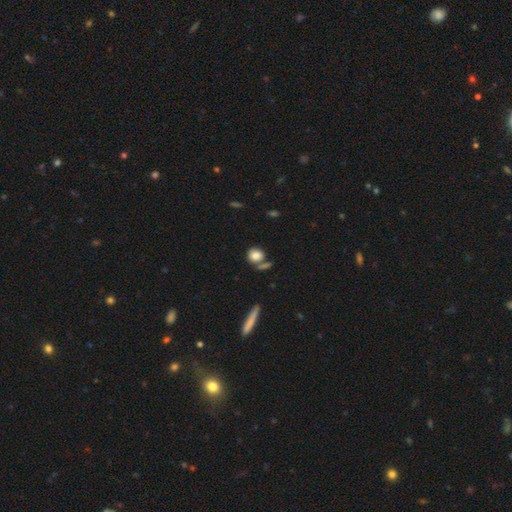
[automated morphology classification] Q: Smooth or featured?
A: smooth (81%); runner-up: featured or disk (10%)
Q: How rounded?
A: round (67%); runner-up: in between (29%)
Q: Merging?
A: none (60%); runner-up: merger (21%)